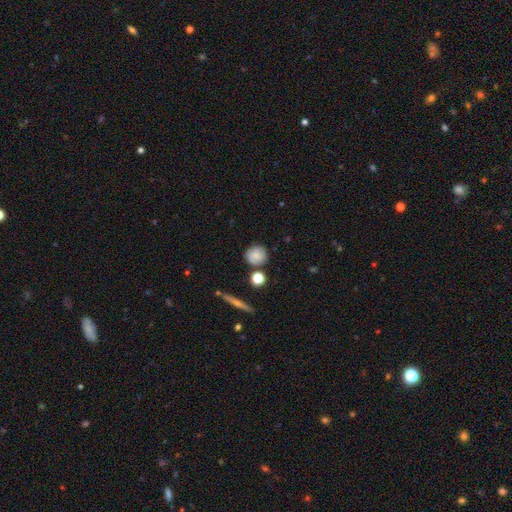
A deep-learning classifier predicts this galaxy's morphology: smooth-or-featured: smooth: 74% | featured or disk: 16% | star or artifact: 10%
  how-rounded: round: 82% | in between: 15% | cigar-shaped: 2%
  merging: none: 73% | minor disturbance: 15% | merger: 8% | major disturbance: 4%